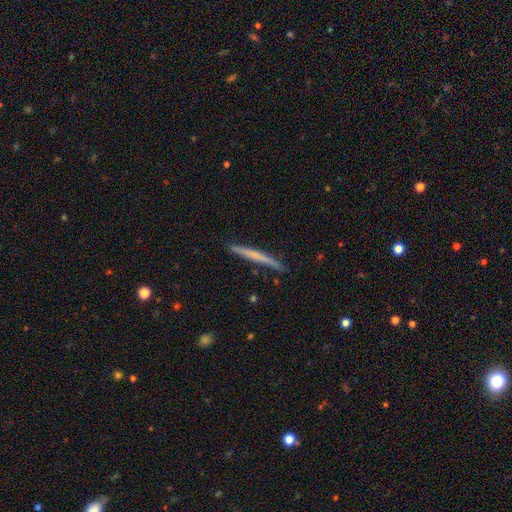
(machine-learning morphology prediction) Smooth or featured: smooth — 52% (featured or disk — 42%)
How rounded: cigar-shaped — 97% (in between — 2%)
Merging: none — 89% (minor disturbance — 8%)